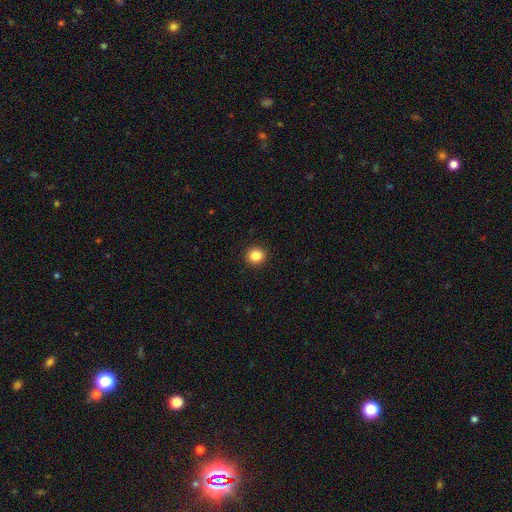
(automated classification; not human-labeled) Overall: smooth (85%). How rounded: round (90%). Merging: none (92%).